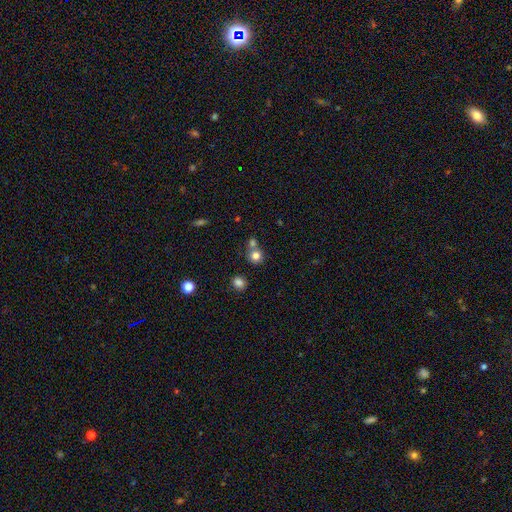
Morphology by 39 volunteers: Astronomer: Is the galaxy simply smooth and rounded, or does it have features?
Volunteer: smooth — 85%.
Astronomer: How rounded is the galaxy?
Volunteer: round — 94%.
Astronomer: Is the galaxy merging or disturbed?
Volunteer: none — 65%.